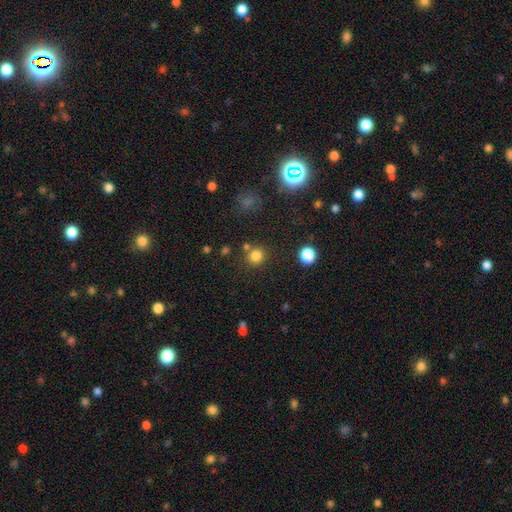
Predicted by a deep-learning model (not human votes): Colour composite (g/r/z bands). It shows a smooth galaxy with no disk features (80%) that is round (89%). Merging: none (77%).